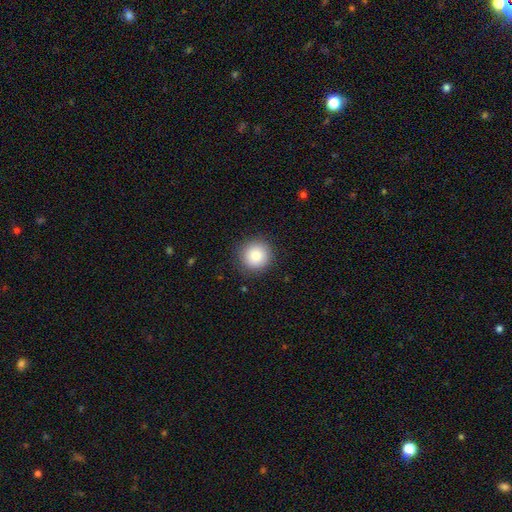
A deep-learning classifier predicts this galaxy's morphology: type=smooth (86%); roundness=round (95%); merging=none (89%).